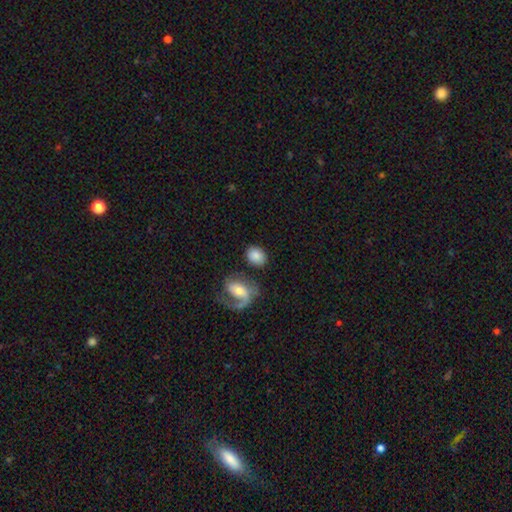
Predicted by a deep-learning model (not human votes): A smooth galaxy with no disk features (79%) that is in between round and cigar-shaped (59%). Merging: none (67%).